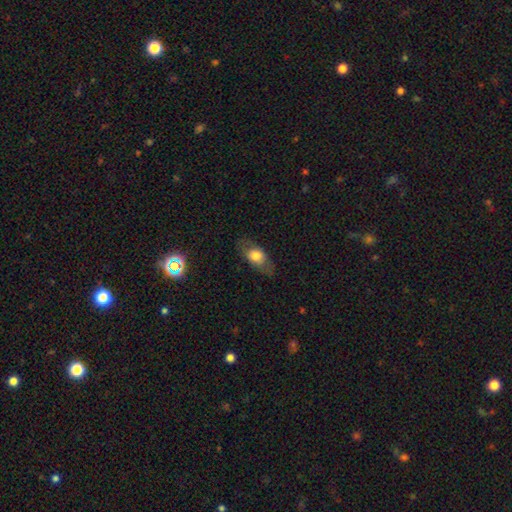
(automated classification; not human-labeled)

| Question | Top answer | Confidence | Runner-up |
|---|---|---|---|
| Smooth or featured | smooth | 63% | featured or disk (30%) |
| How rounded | in between | 79% | round (12%) |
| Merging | none | 78% | minor disturbance (15%) |